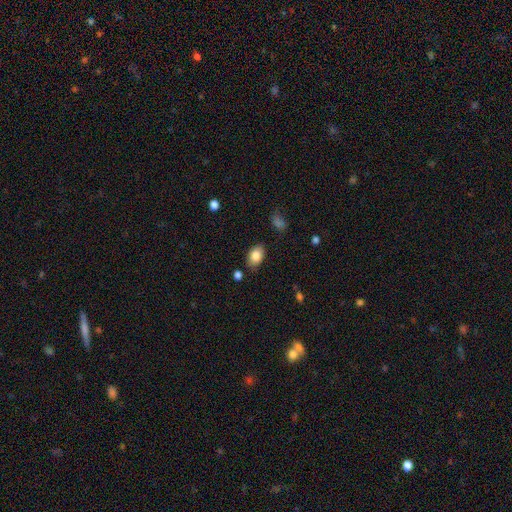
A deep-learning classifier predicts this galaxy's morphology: Overall: smooth (84%). How rounded: in between (87%). Merging: none (82%).